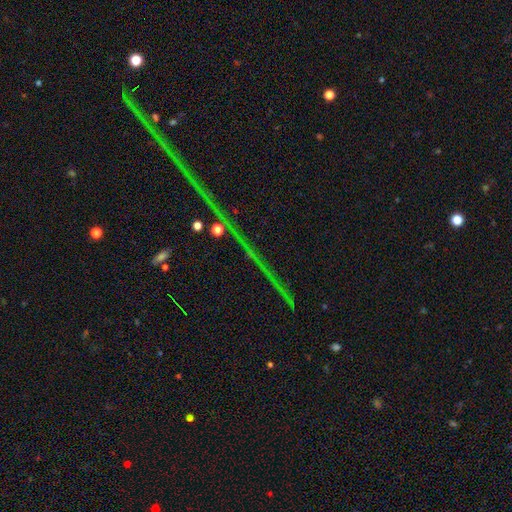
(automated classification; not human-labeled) The model was most divided on "smooth or featured": star or artifact: 82%, featured or disk: 10%, smooth: 8%.